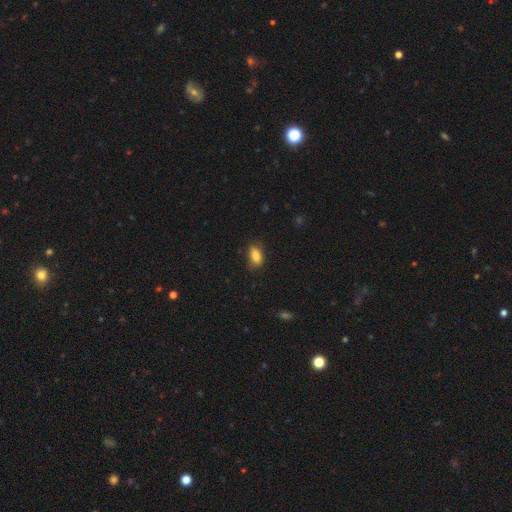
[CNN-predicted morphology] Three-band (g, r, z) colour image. It shows a smooth galaxy with no disk features (84%) that is in between round and cigar-shaped (88%). Merging: none (79%).